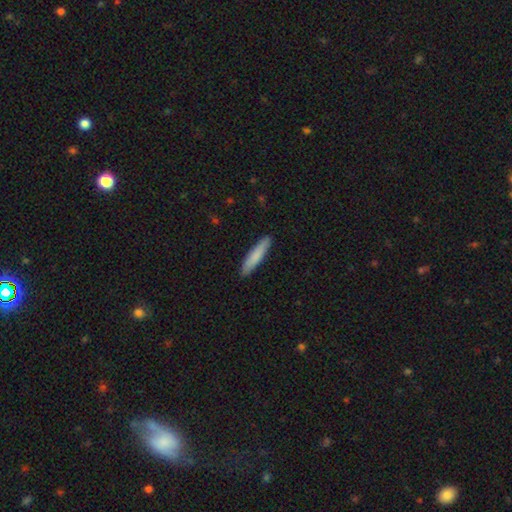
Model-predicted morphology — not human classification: smooth 81%, featured or disk 14%, star or artifact 5%. Down the decision tree: how rounded — cigar-shaped (88%); merging — none (90%).